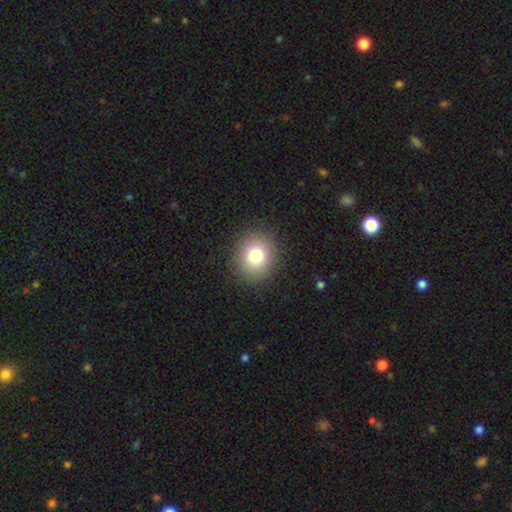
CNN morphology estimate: Overall: smooth (80%). How rounded: round (76%). Merging: none (89%).